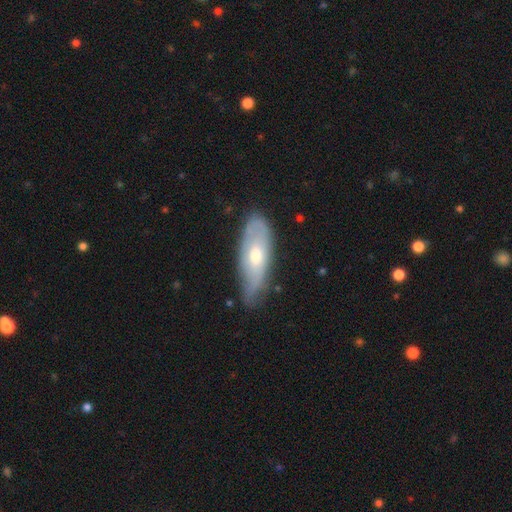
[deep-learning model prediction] Morphology: type=featured or disk (52%); edge-on=no (71%); merging=none (69%).